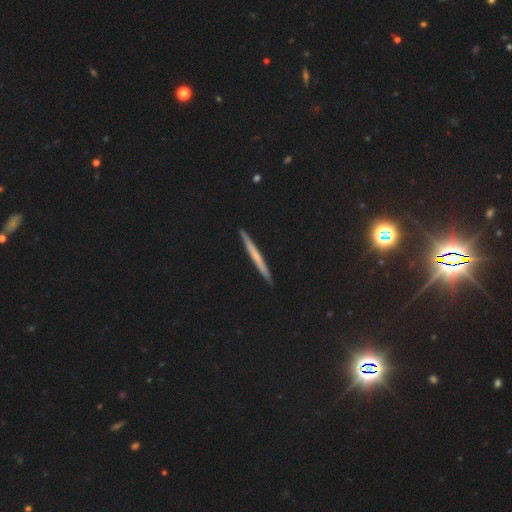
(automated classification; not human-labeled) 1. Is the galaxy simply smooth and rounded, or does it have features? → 50% featured or disk, 42% smooth, 8% star or artifact.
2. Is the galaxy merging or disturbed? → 93% none, 5% minor disturbance, 1% major disturbance, 1% merger.